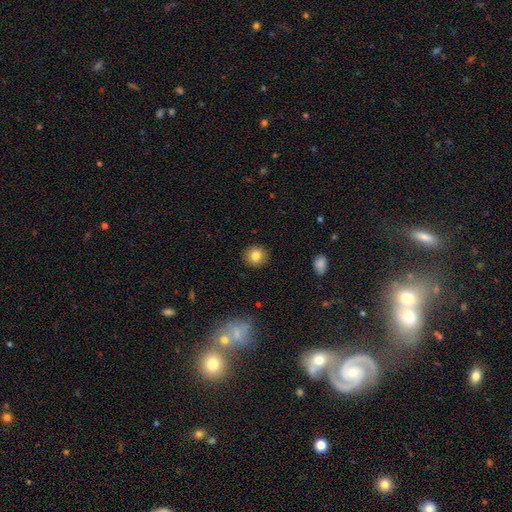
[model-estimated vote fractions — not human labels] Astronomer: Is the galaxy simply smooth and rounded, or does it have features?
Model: smooth — 82%.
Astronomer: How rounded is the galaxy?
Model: round — 89%.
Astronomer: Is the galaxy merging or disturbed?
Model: none — 91%.